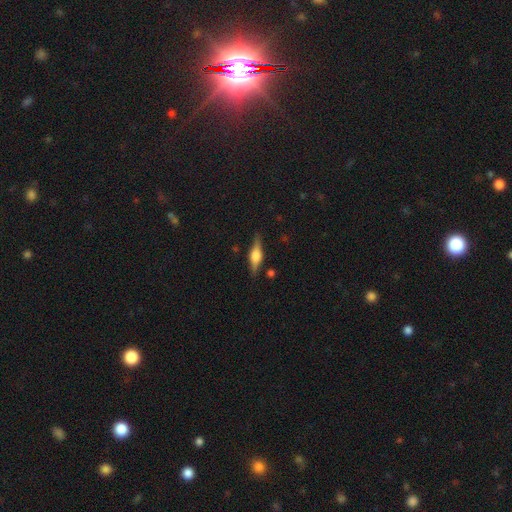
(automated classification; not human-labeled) Morphology: type=featured or disk (69%); edge-on=yes (97%); edge-on bulge=rounded (84%); merging=none (85%).